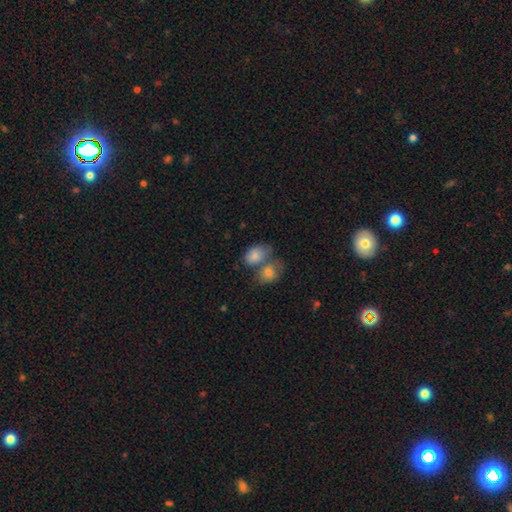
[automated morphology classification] smooth_or_featured: smooth (p=0.79) [alt: featured or disk p=0.13]
how_rounded: in between (p=0.81) [alt: round p=0.17]
merging: merger (p=0.54) [alt: none p=0.29]